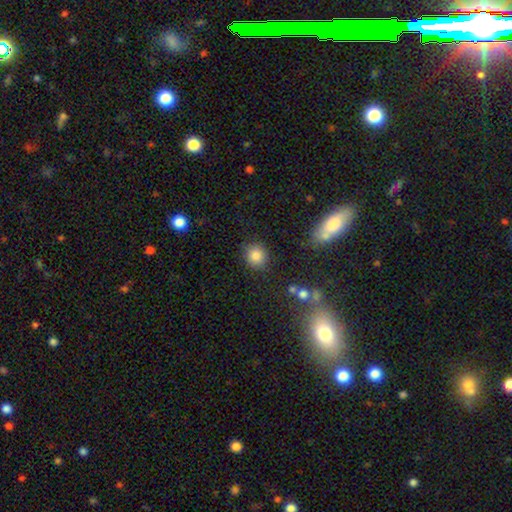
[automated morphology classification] Smooth or featured: smooth — 85% (star or artifact — 10%)
How rounded: round — 84% (in between — 14%)
Merging: none — 85% (minor disturbance — 10%)